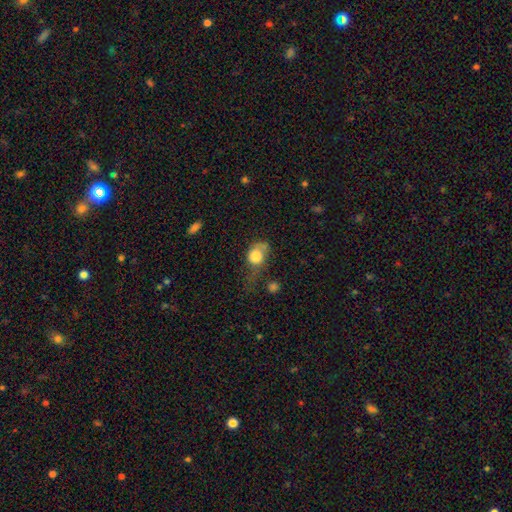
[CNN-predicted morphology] A smooth galaxy with no disk features (75%) that is round (51%). Merging: major disturbance (45%).